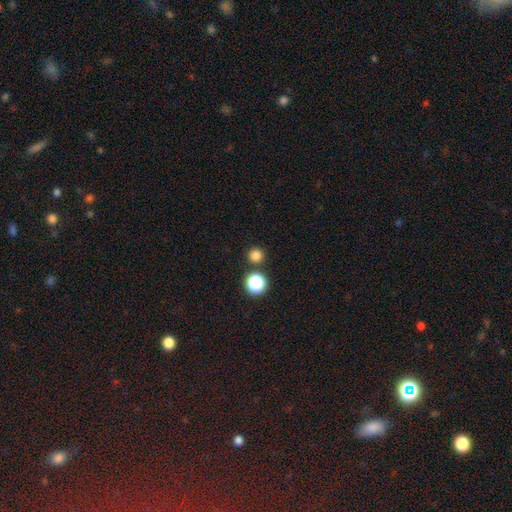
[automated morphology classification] This appears to be a smooth galaxy with no disk features (79%) that is round (95%). Merging: none (86%).